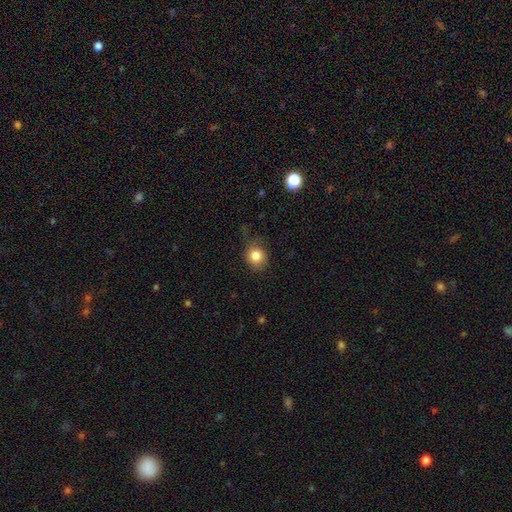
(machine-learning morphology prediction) Smooth or featured?
  - smooth: 83% *
  - star or artifact: 11%
  - featured or disk: 7%
How rounded?
  - round: 79% *
  - in between: 20%
  - cigar-shaped: 1%
Merging?
  - none: 73% *
  - minor disturbance: 20%
  - major disturbance: 6%
  - merger: 1%